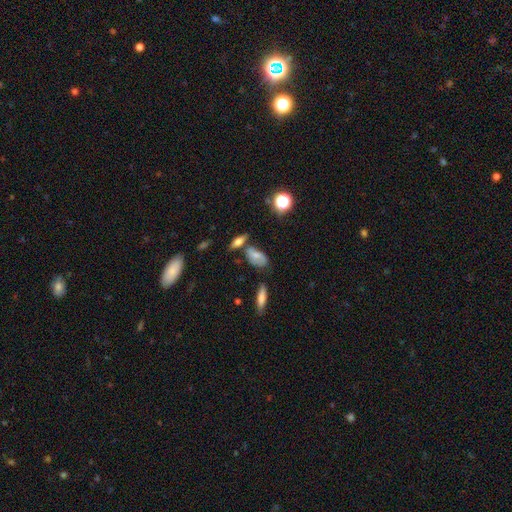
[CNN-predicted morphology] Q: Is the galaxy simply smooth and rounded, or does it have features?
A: smooth — 55%.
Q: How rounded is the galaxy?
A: in between — 83%.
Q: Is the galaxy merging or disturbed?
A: none — 53%.